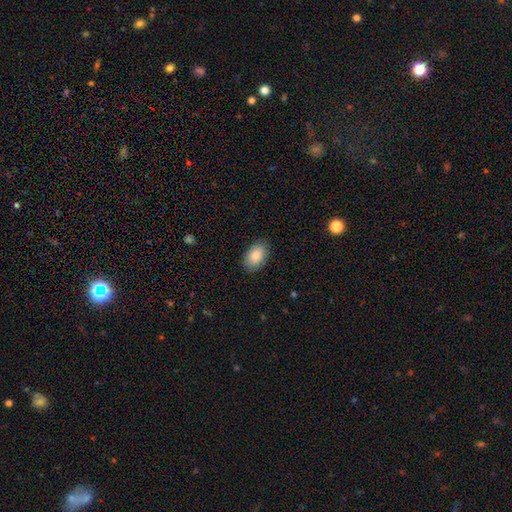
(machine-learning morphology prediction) smooth_or_featured: smooth (p=0.88) [alt: star or artifact p=0.06]
how_rounded: in between (p=0.92) [alt: round p=0.07]
merging: none (p=0.86) [alt: minor disturbance p=0.11]